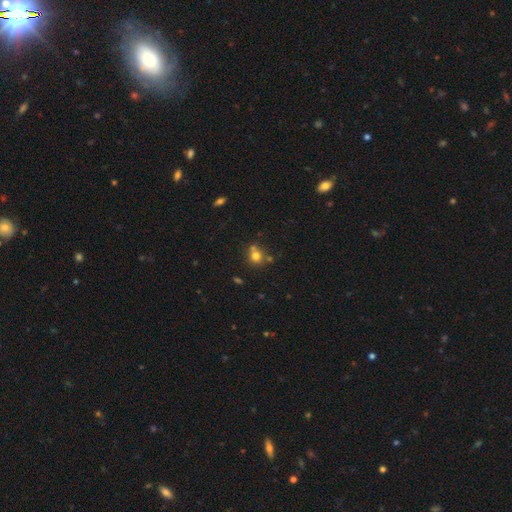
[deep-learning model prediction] Smooth or featured? smooth (74%)
How rounded? round (85%)
Merging? none (58%)